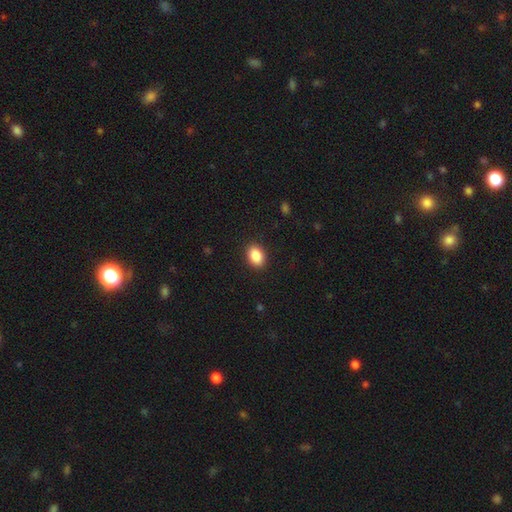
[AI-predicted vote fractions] This is clearly a smooth galaxy (89%). How rounded: likely in between (80%). Merging: clearly none (90%).